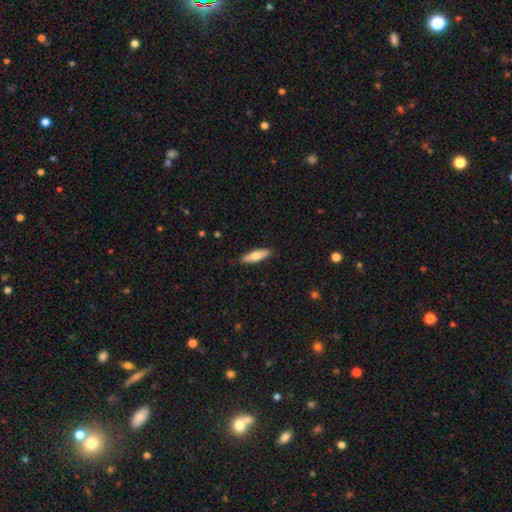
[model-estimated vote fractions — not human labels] A smooth galaxy with no disk features (68%) that is cigar-shaped (58%). Merging: none (88%).